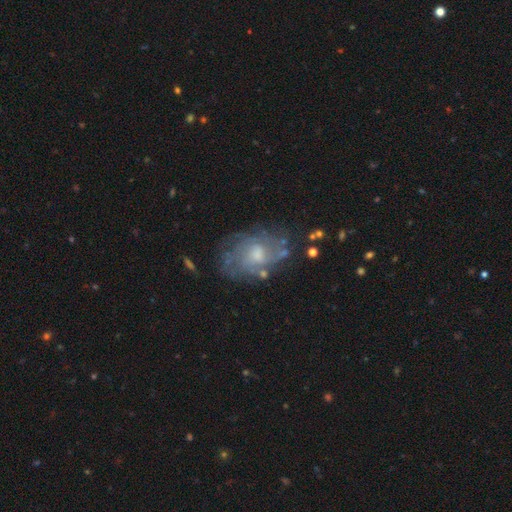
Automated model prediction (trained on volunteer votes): This appears to be a featured or disk galaxy (65%) with no bar (70%), spiral arms (75%) and a moderate central bulge (53%). Merging: none (72%).